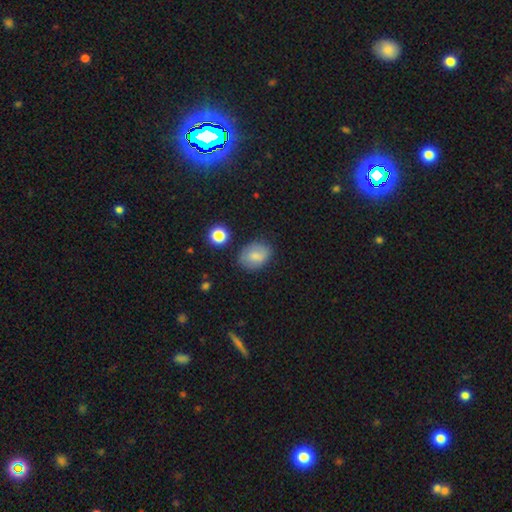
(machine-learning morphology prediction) This appears to be a smooth galaxy with no disk features (77%) that is in between round and cigar-shaped (68%). Merging: none (75%).